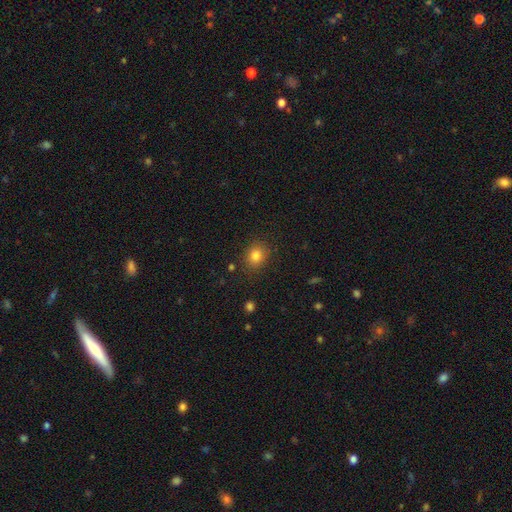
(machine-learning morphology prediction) smooth 82%, star or artifact 12%, featured or disk 7%. Down the decision tree: how rounded — round (58%); merging — none (85%).